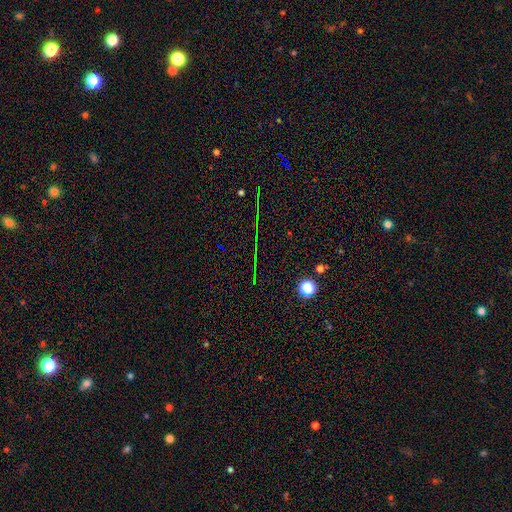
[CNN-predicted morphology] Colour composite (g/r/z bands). It shows a star or artifact, not a galaxy (75%).